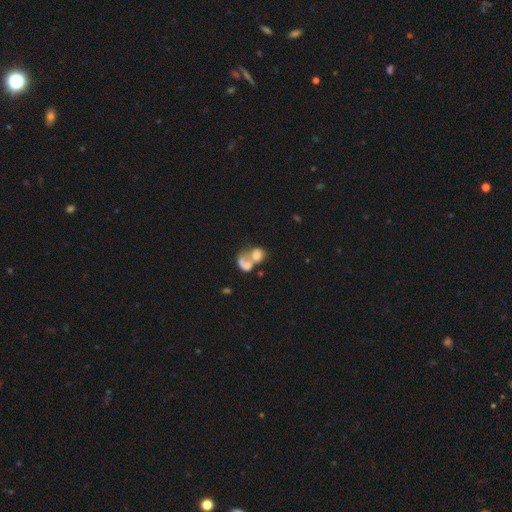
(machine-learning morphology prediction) smooth-or-featured: smooth: 60% | featured or disk: 28% | star or artifact: 12%
  how-rounded: in between: 54% | round: 45% | cigar-shaped: 2%
  merging: merger: 68% | none: 16% | major disturbance: 10% | minor disturbance: 6%